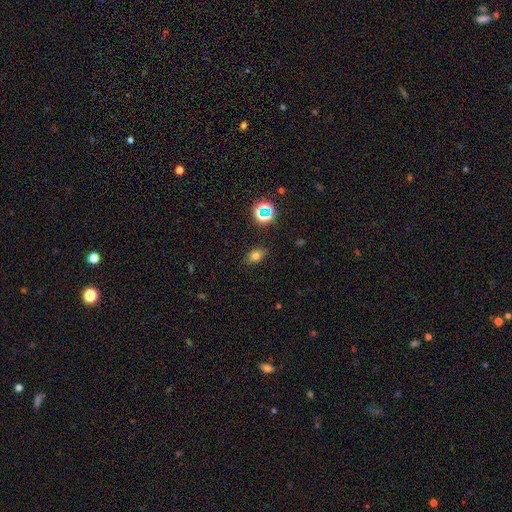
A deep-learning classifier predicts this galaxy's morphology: A smooth galaxy with no disk features (73%) that is in between round and cigar-shaped (76%). Merging: none (85%).